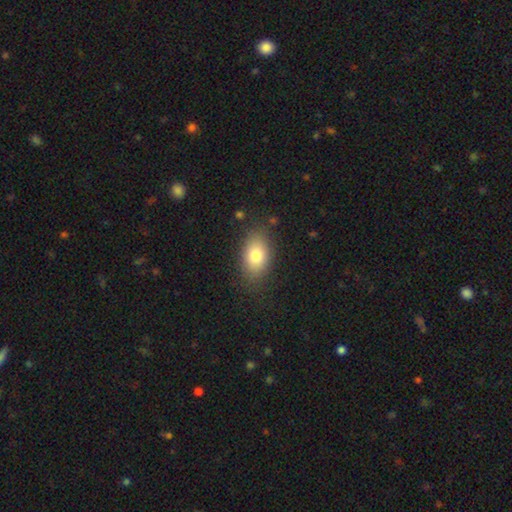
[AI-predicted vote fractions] Q: Smooth or featured?
A: smooth (79%); runner-up: featured or disk (12%)
Q: How rounded?
A: in between (87%); runner-up: round (11%)
Q: Merging?
A: none (82%); runner-up: minor disturbance (12%)